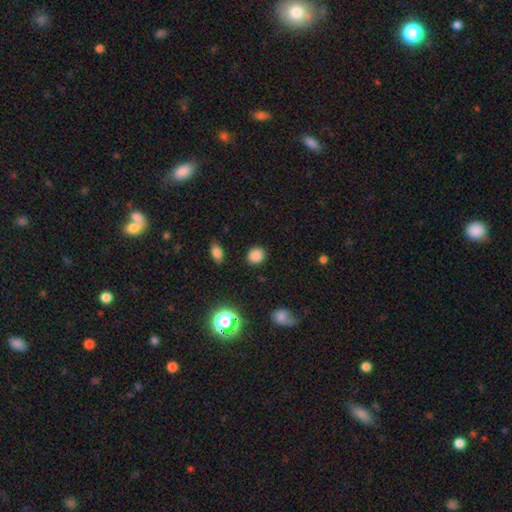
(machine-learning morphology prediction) A smooth galaxy with no disk features (83%) that is round (74%). Merging: none (87%).